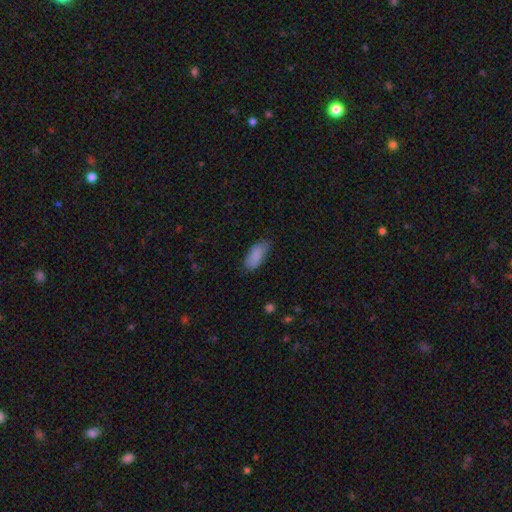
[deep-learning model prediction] A smooth galaxy with no disk features (86%) that is in between round and cigar-shaped (87%). Merging: none (72%).